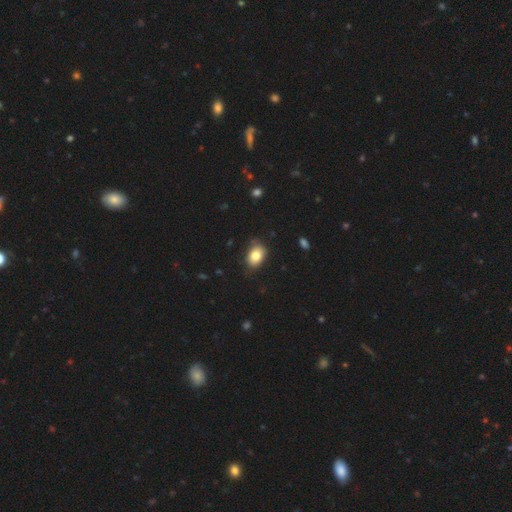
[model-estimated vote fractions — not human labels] smooth-or-featured: smooth: 81% | featured or disk: 10% | star or artifact: 8%
  how-rounded: in between: 80% | round: 19% | cigar-shaped: 1%
  merging: none: 75% | minor disturbance: 20% | major disturbance: 4% | merger: 1%